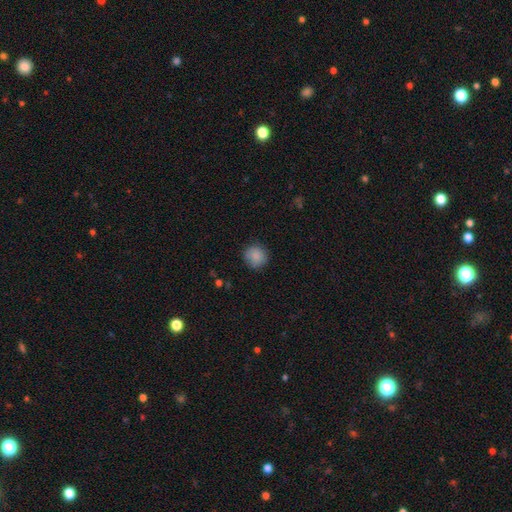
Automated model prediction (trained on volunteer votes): This is clearly a smooth galaxy (87%). How rounded: clearly round (91%). Merging: clearly none (83%).